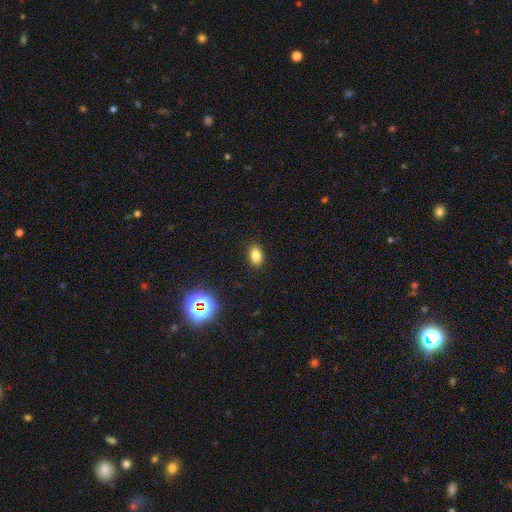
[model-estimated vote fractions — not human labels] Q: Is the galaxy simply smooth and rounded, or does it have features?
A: smooth — 81%.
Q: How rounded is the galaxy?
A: in between — 83%.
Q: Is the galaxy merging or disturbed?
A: none — 89%.